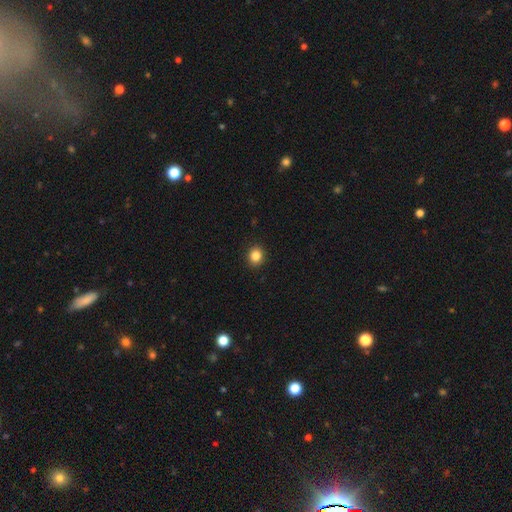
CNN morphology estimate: Smooth or featured? smooth (85%)
How rounded? round (78%)
Merging? none (92%)